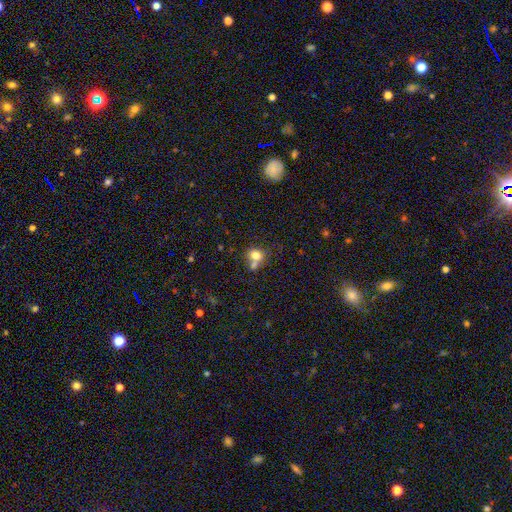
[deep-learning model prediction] smooth_or_featured: smooth (p=0.77) [alt: featured or disk p=0.12]
how_rounded: round (p=0.65) [alt: in between p=0.34]
merging: merger (p=0.43) [alt: none p=0.40]